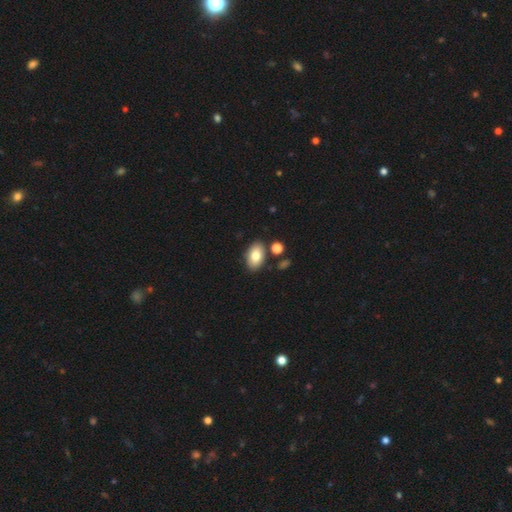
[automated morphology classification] This appears to be a smooth galaxy with no disk features (79%) that is in between round and cigar-shaped (91%). Merging: none (81%).